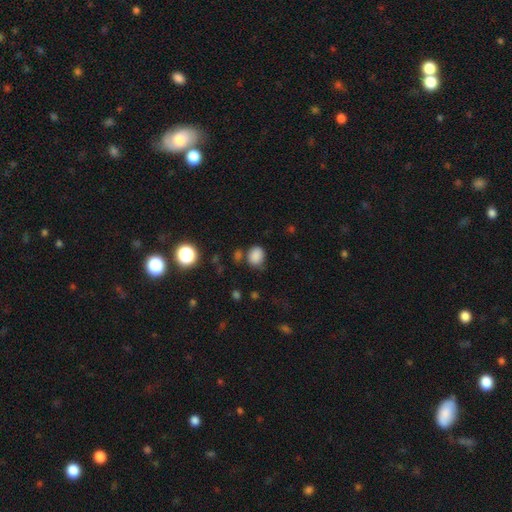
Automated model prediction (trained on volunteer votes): A smooth galaxy with no disk features (83%) that is round (58%). Merging: none (68%).